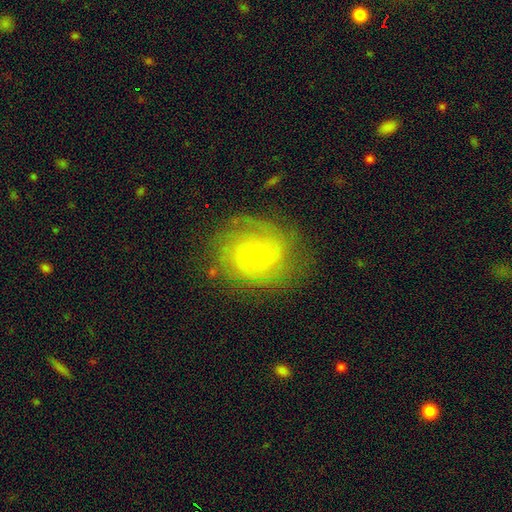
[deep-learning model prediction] Smooth or featured: featured or disk — 79% (smooth — 13%)
Edge-on disk: no — 97% (yes — 3%)
Bar: no — 67% (weak — 27%)
Spiral arms: yes — 93% (no — 7%)
Spiral winding: tight — 50% (medium — 38%)
Spiral arm count: 2 — 33% (can't tell — 27%)
Bulge size: small — 82% (moderate — 14%)
Merging: none — 76% (minor disturbance — 16%)